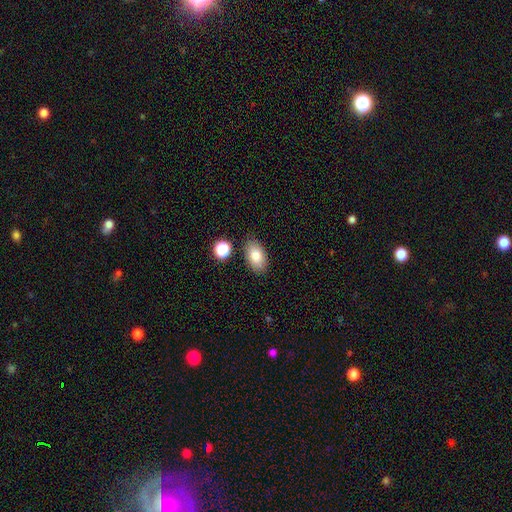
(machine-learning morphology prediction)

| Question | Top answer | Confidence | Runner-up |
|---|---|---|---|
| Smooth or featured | smooth | 81% | featured or disk (11%) |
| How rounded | in between | 91% | round (7%) |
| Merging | none | 85% | minor disturbance (10%) |